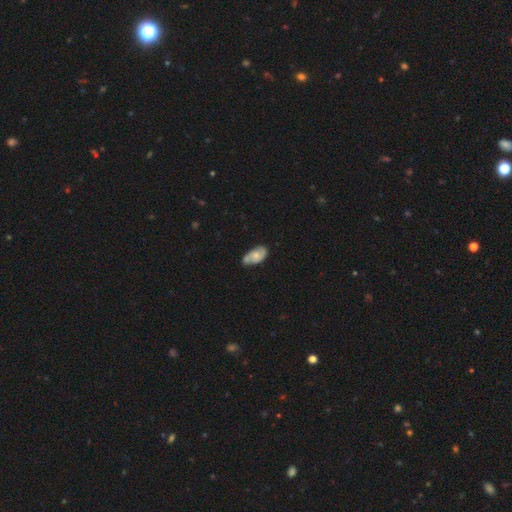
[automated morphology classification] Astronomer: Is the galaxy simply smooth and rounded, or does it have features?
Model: smooth — 49% (runner-up: featured or disk, 44%).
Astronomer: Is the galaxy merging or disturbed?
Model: none — 53% (runner-up: minor disturbance, 32%).